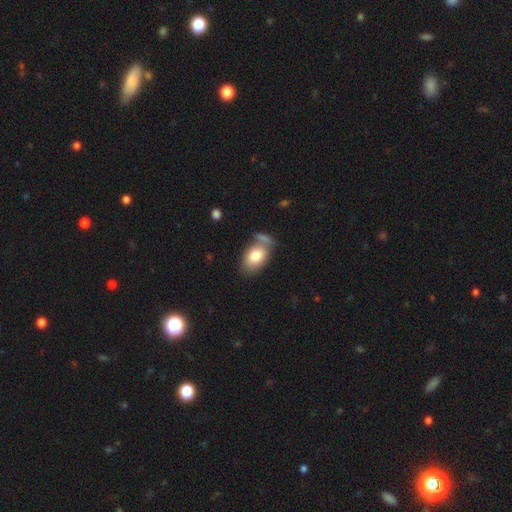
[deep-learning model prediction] Smooth or featured: smooth — 79% (featured or disk — 14%)
How rounded: in between — 87% (round — 12%)
Merging: none — 54% (merger — 23%)